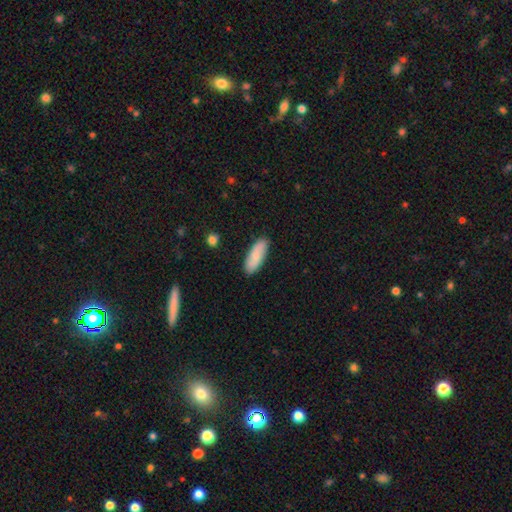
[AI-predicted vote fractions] Smooth or featured? smooth (78%)
How rounded? in between (67%)
Merging? none (87%)